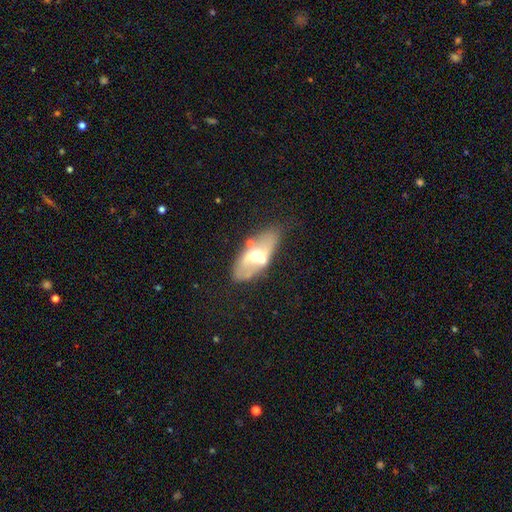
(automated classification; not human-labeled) featured or disk 59%, smooth 34%, star or artifact 7%. Down the decision tree: edge-on disk — no (83%); merging — none (56%).